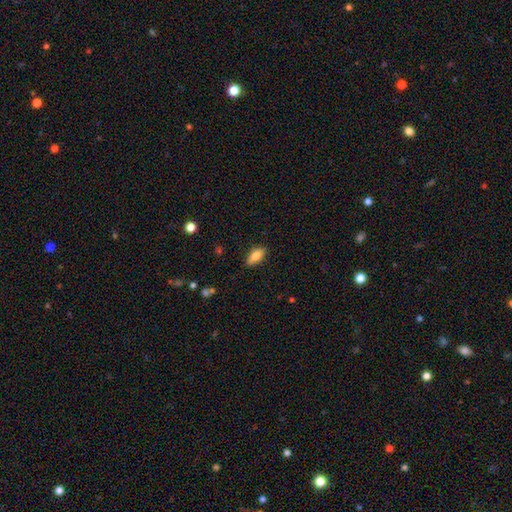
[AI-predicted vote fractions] This appears to be a smooth galaxy with no disk features (77%) that is in between round and cigar-shaped (80%). Merging: none (84%).